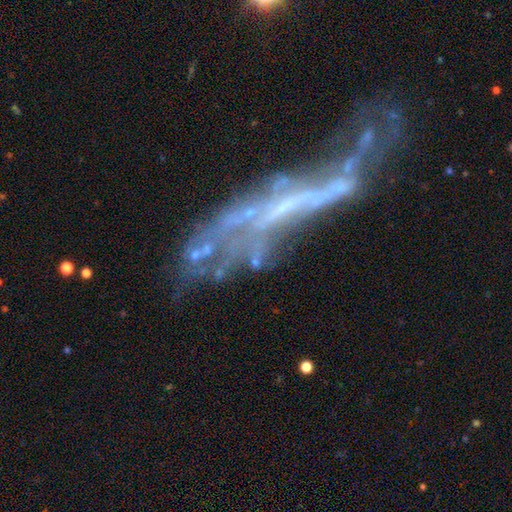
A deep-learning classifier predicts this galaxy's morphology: This is possibly a featured or disk galaxy (58%). It is likely not viewed edge-on (71%). Merging: marginally none (42%).